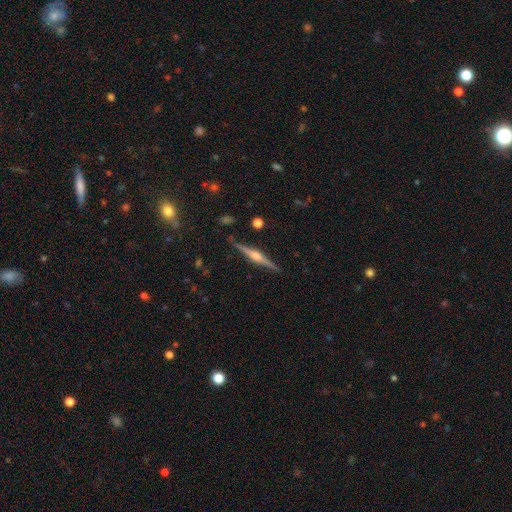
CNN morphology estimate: A featured or disk galaxy (83%) viewed edge-on (98%) with a rounded central bulge (91%). Merging: none (90%).